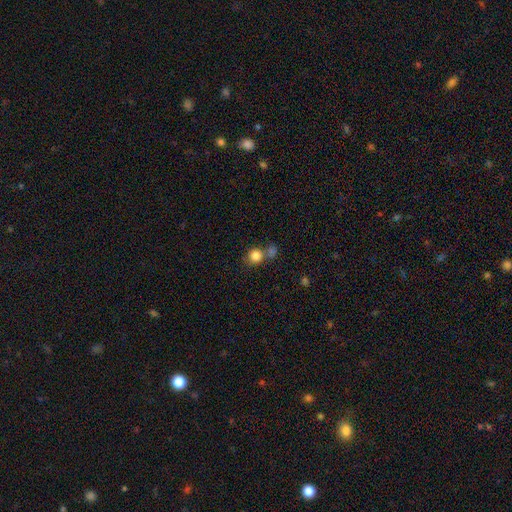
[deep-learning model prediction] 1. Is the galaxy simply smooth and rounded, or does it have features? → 83% smooth, 10% star or artifact, 6% featured or disk.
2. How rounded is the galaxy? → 85% round, 14% in between, 1% cigar-shaped.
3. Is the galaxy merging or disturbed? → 55% none, 31% merger, 10% minor disturbance, 4% major disturbance.